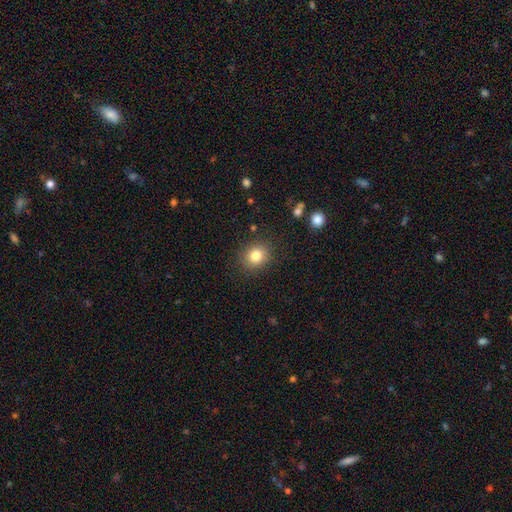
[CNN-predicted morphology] A smooth galaxy with no disk features (81%) that is round (73%).

Vote fractions:
- Smooth or featured? smooth: 81% / star or artifact: 11% / featured or disk: 7%
- How rounded? round: 73% / in between: 26% / cigar-shaped: 1%
- Merging? none: 88% / minor disturbance: 8% / major disturbance: 3% / merger: 1%